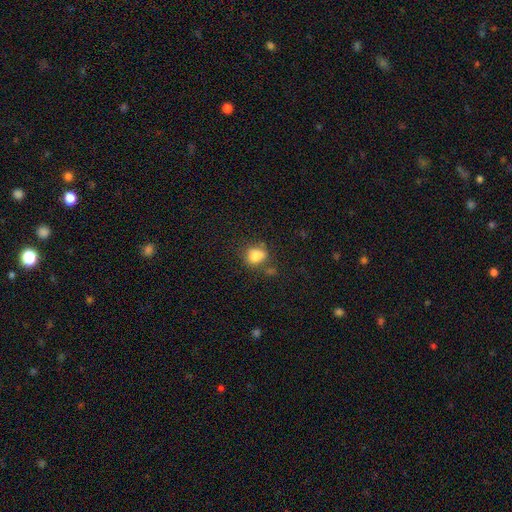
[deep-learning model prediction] Smooth or featured? Predicted: smooth (p=0.78). How rounded? Predicted: round (p=0.64). Merging? Predicted: none (p=0.60).